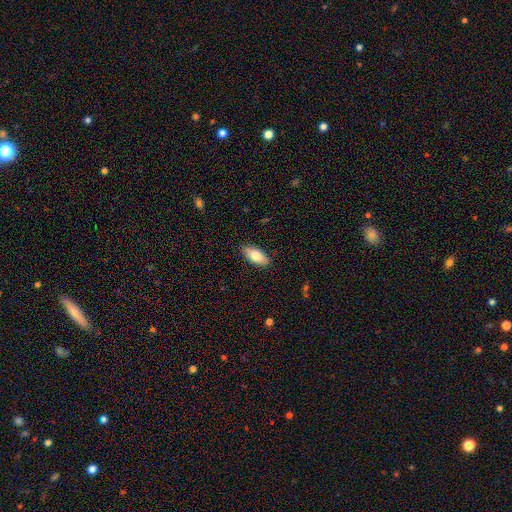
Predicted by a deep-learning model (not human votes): smooth_or_featured: smooth (p=0.80) [alt: featured or disk p=0.14]
how_rounded: in between (p=0.88) [alt: cigar-shaped p=0.10]
merging: none (p=0.87) [alt: minor disturbance p=0.10]